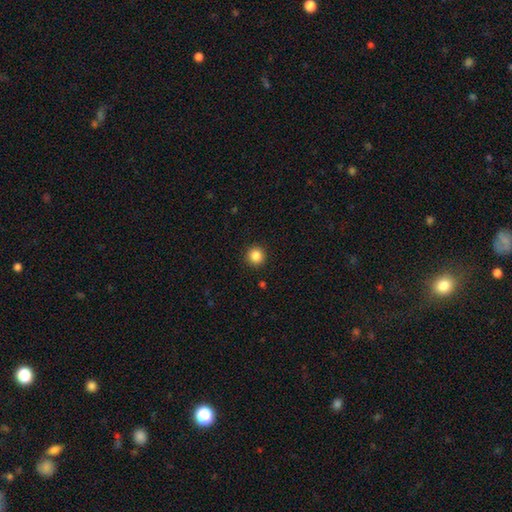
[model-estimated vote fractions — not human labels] Smooth or featured?
  - smooth: 86% *
  - star or artifact: 11%
  - featured or disk: 3%
How rounded?
  - round: 94% *
  - in between: 5%
  - cigar-shaped: 1%
Merging?
  - none: 92% *
  - minor disturbance: 5%
  - major disturbance: 2%
  - merger: 1%